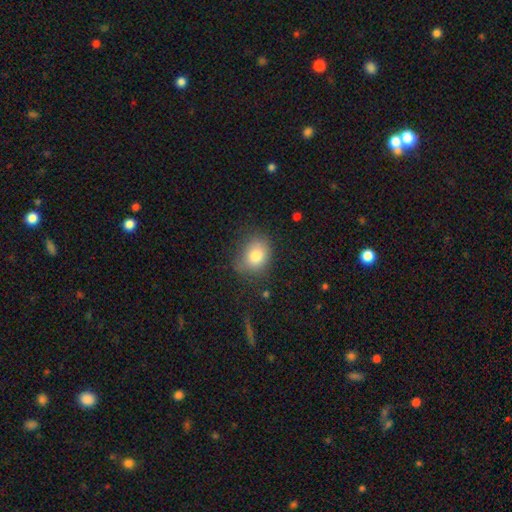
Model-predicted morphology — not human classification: This is clearly a smooth galaxy (80%). How rounded: possibly in between (52%). Merging: likely none (66%).